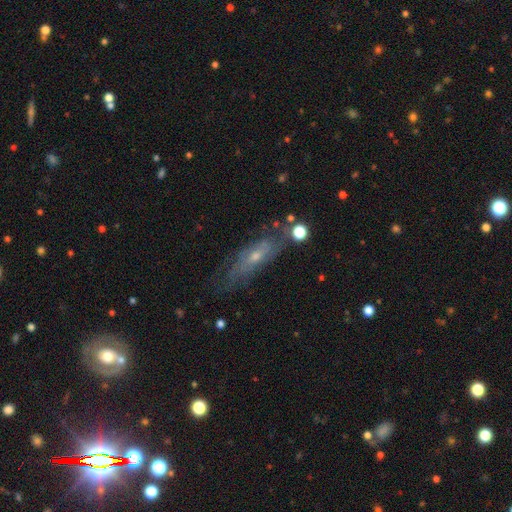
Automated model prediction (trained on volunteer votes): Q: Smooth or featured?
A: featured or disk (59%); runner-up: smooth (30%)
Q: Edge-on disk?
A: no (65%); runner-up: yes (35%)
Q: Merging?
A: none (63%); runner-up: minor disturbance (22%)